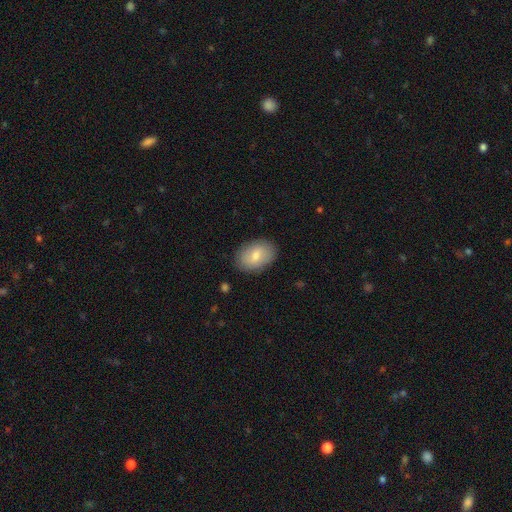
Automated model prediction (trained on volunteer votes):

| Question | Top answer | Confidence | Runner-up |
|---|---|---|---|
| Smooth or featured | smooth | 74% | featured or disk (19%) |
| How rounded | in between | 85% | round (14%) |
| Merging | none | 85% | minor disturbance (11%) |